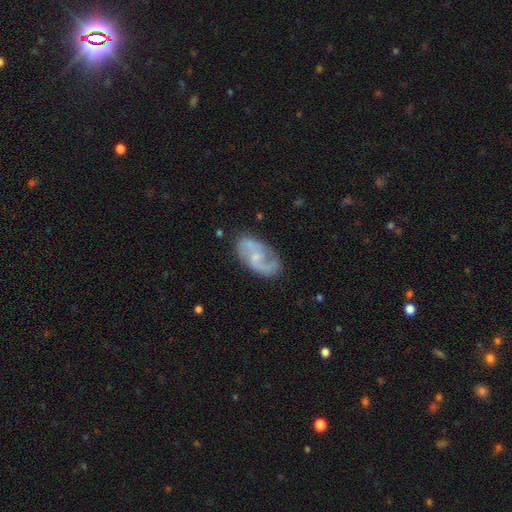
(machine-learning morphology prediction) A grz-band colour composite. It shows a featured or disk galaxy (78%) with no bar (50%), 2 (86%) medium (46%) spiral arms (92%) and a small central bulge (61%). Merging: none (74%).